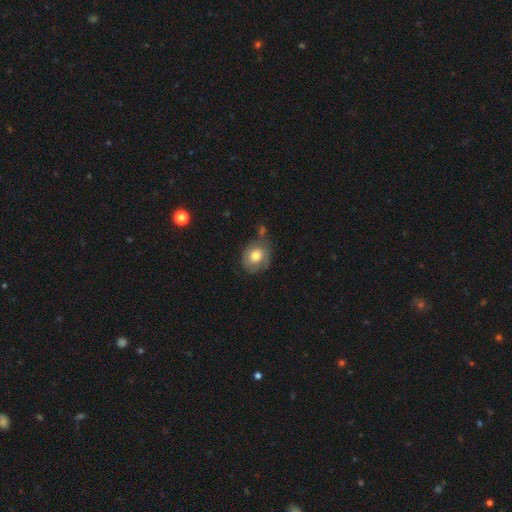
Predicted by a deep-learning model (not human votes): Smooth or featured? smooth (73%)
How rounded? round (61%)
Merging? none (58%)